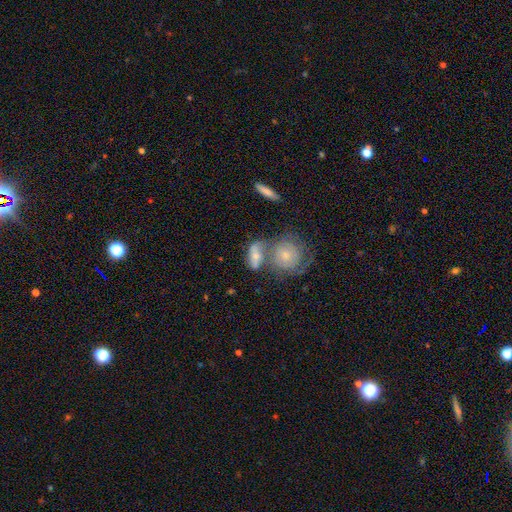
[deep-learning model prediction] smooth_or_featured: featured or disk (p=0.48) [alt: smooth p=0.42]
merging: merger (p=0.41) [alt: none p=0.37]